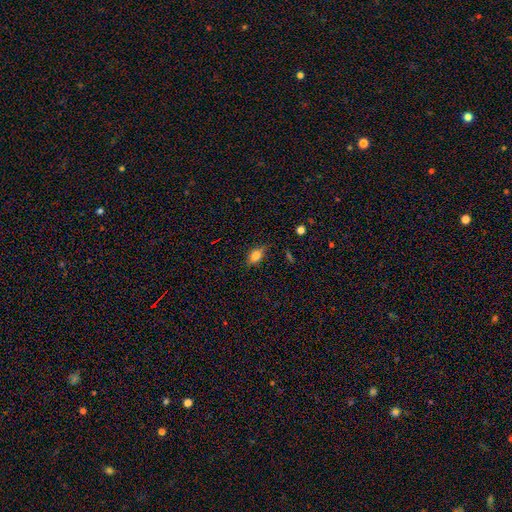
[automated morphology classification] This is likely a smooth galaxy (73%). How rounded: clearly in between (80%). Merging: likely none (78%).